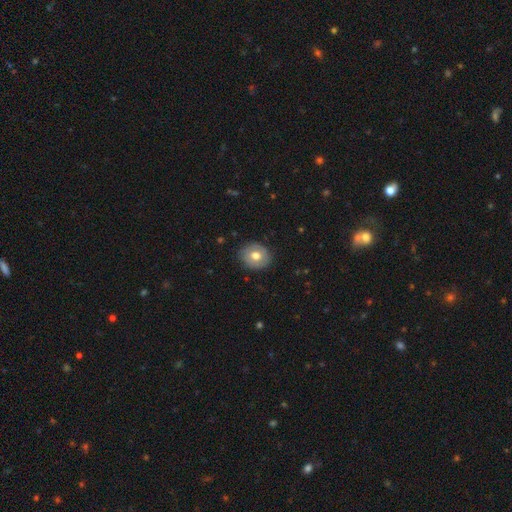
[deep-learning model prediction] A smooth galaxy with no disk features (61%) that is round (70%). Merging: none (84%).